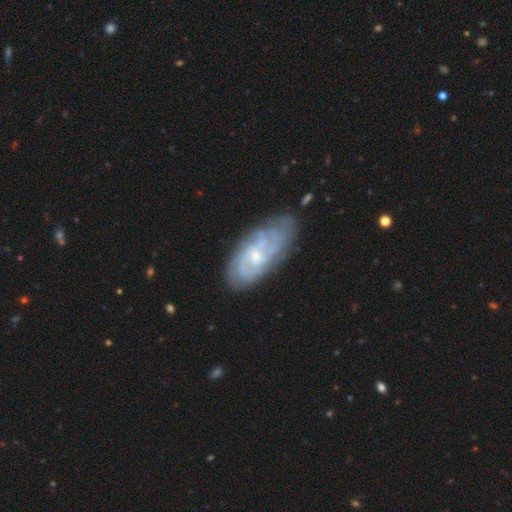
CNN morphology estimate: Smooth or featured?
  - featured or disk: 78% *
  - smooth: 15%
  - star or artifact: 6%
Edge-on disk?
  - no: 94% *
  - yes: 6%
Bar?
  - no: 55% *
  - weak: 39%
  - strong: 6%
Spiral arms?
  - yes: 90% *
  - no: 10%
Spiral winding?
  - tight: 58% *
  - medium: 33%
  - loose: 9%
Spiral arm count?
  - can't tell: 44% *
  - 2: 23%
  - 3: 15%
  - 4: 10%
  - more than 4: 4%
  - 1: 4%
Bulge size?
  - small: 61% *
  - moderate: 31%
  - none: 5%
  - large: 1%
  - dominant: 1%
Merging?
  - none: 69% *
  - minor disturbance: 22%
  - major disturbance: 7%
  - merger: 2%